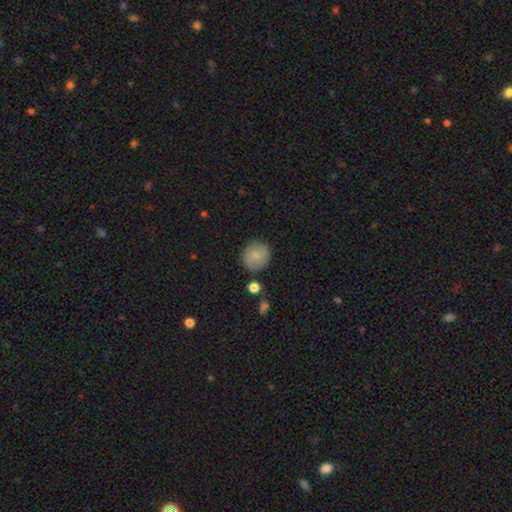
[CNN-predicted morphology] The model was most divided on "how rounded": round: 82%, in between: 17%, cigar-shaped: 1%. More confident: merging — none (83%); smooth or featured — smooth (79%).